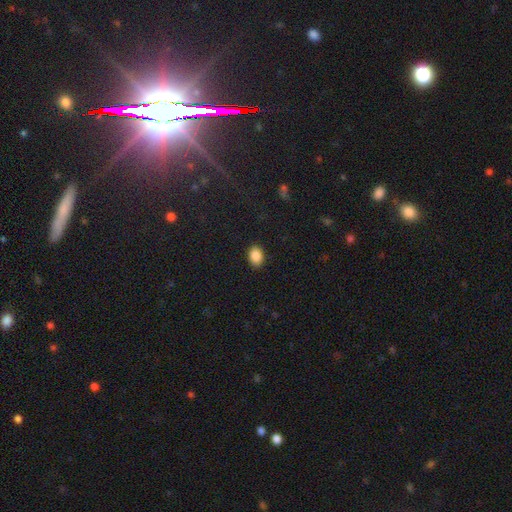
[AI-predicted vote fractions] Morphology: type=smooth (88%); roundness=in between (75%); merging=none (89%).